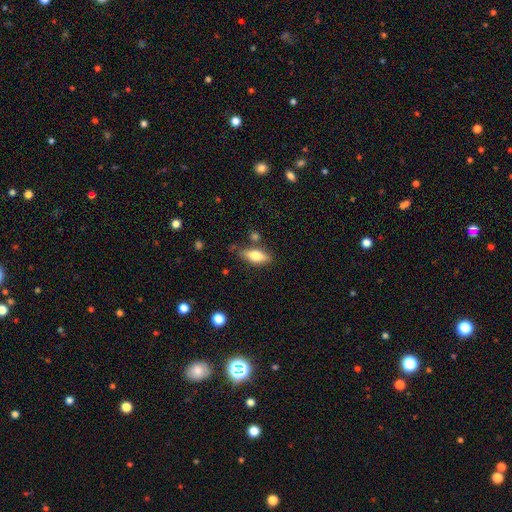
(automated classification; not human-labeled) Smooth or featured: smooth — 70% (featured or disk — 24%)
How rounded: in between — 73% (cigar-shaped — 24%)
Merging: none — 74% (minor disturbance — 16%)